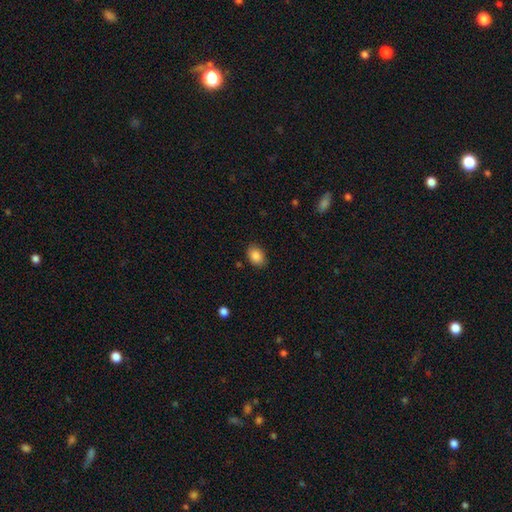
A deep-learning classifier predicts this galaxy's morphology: smooth 87%, star or artifact 8%, featured or disk 5%. Down the decision tree: how rounded — in between (76%); merging — none (85%).